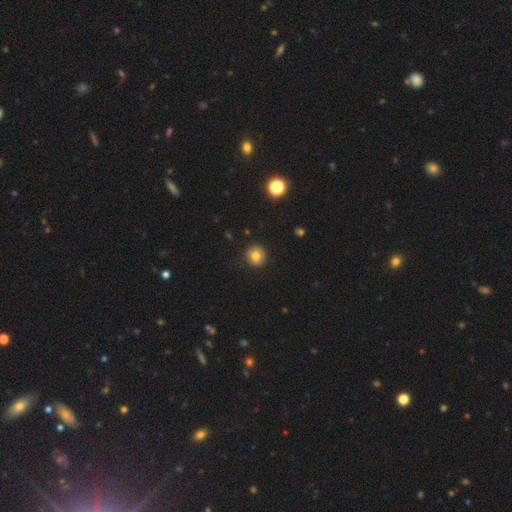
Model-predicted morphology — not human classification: type=smooth (74%); roundness=round (90%); merging=none (87%).